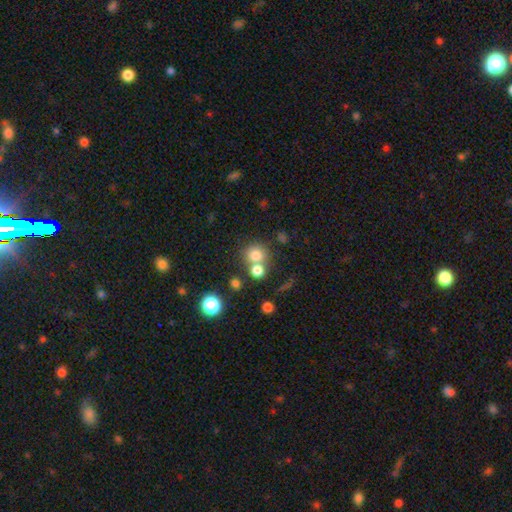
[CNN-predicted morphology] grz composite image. It shows a smooth galaxy with no disk features (77%) that is round (86%). Merging: none (53%).